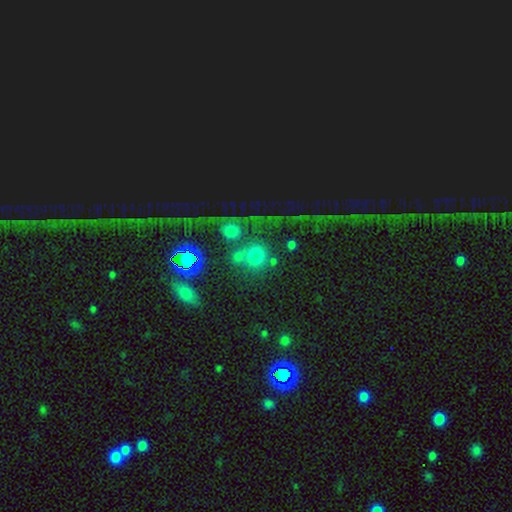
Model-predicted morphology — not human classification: Overall: smooth (62%; star or artifact 23%). How rounded: round (83%). Merging: none (47%; merger 30%).